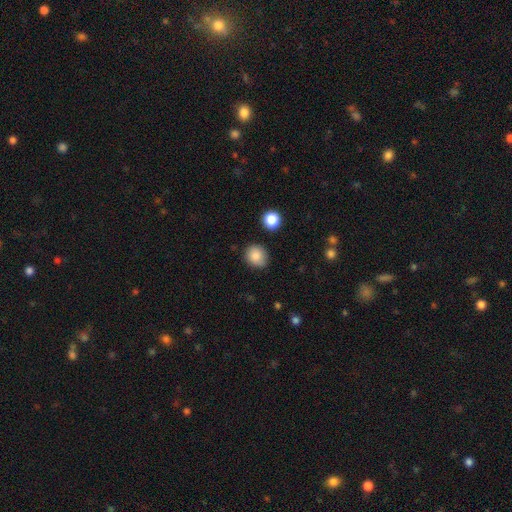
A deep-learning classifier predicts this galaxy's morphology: A smooth galaxy with no disk features (86%) that is round (77%). Merging: none (82%).